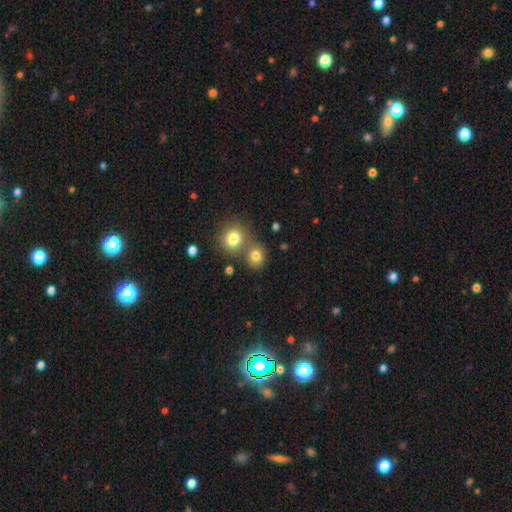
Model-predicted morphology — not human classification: A smooth galaxy with no disk features (79%) that is round (76%). Merging: none (50%).